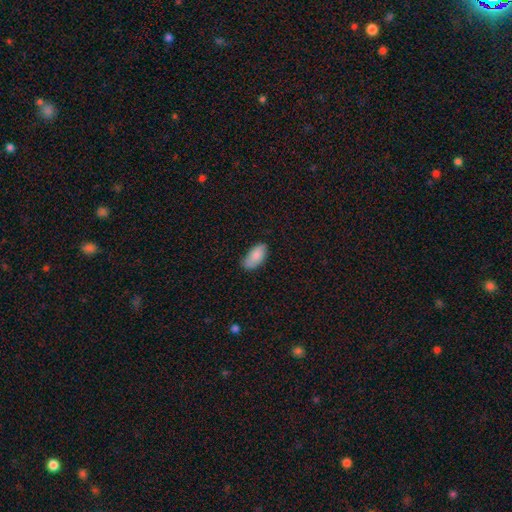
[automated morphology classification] This is clearly a smooth galaxy (86%). How rounded: clearly in between (92%). Merging: likely none (76%).